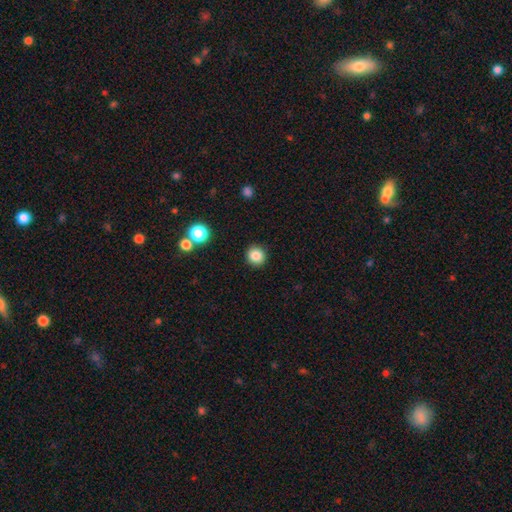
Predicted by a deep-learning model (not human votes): A smooth galaxy with no disk features (85%) that is round (92%).

Vote fractions:
- Smooth or featured? smooth: 85% / star or artifact: 11% / featured or disk: 4%
- How rounded? round: 92% / in between: 7% / cigar-shaped: 1%
- Merging? none: 91% / minor disturbance: 5% / major disturbance: 2% / merger: 2%